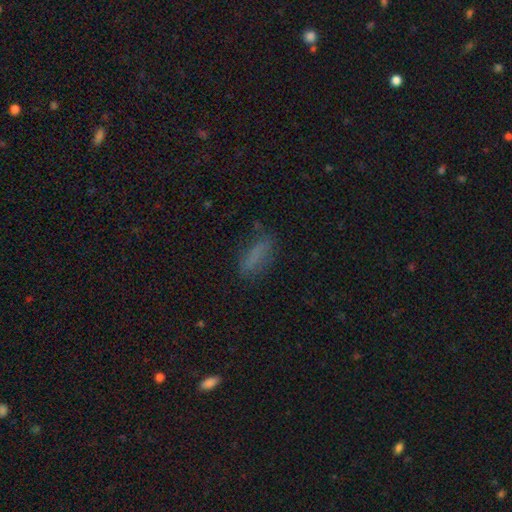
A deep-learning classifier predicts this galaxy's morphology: Smooth or featured? smooth (73%)
How rounded? cigar-shaped (51%)
Merging? none (73%)